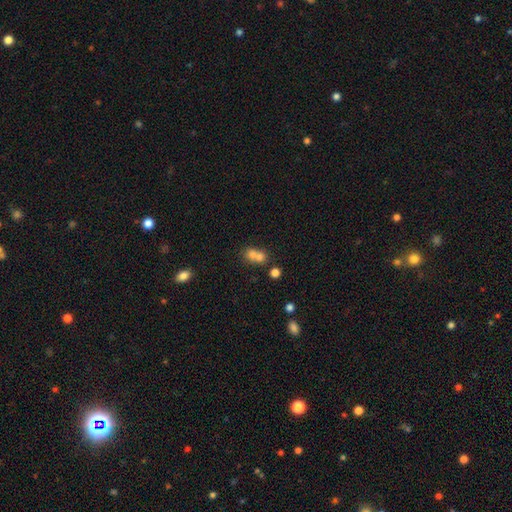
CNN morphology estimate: A smooth galaxy with no disk features (71%) that is round (64%). Merging: merger (63%).